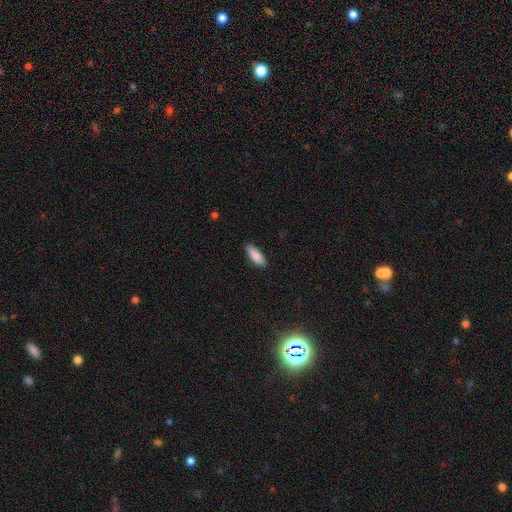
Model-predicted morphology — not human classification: smooth_or_featured: smooth (p=0.88) [alt: star or artifact p=0.06]
how_rounded: in between (p=0.65) [alt: cigar-shaped p=0.34]
merging: none (p=0.87) [alt: minor disturbance p=0.10]